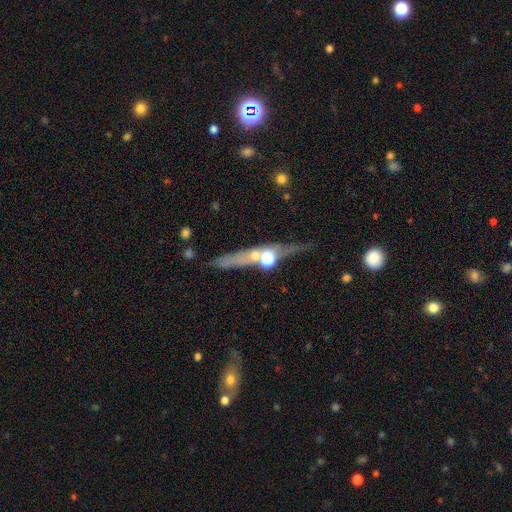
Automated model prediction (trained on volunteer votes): This appears to be a featured or disk galaxy (64%) viewed edge-on (91%) with a rounded central bulge (78%). Merging: none (73%).